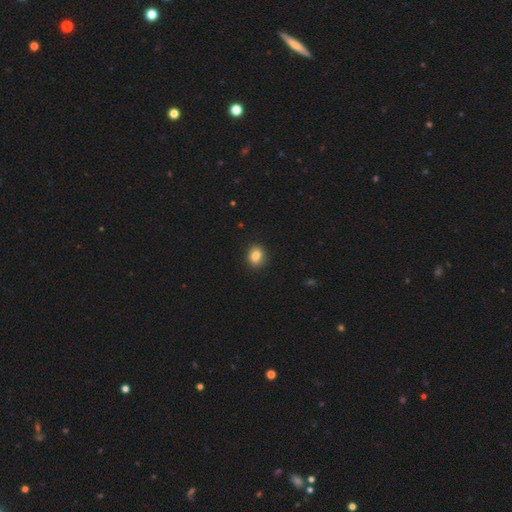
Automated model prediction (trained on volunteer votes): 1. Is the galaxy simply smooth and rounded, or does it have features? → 85% smooth, 9% star or artifact, 6% featured or disk.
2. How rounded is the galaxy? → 58% round, 41% in between, 1% cigar-shaped.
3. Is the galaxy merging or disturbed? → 90% none, 7% minor disturbance, 2% major disturbance, 1% merger.